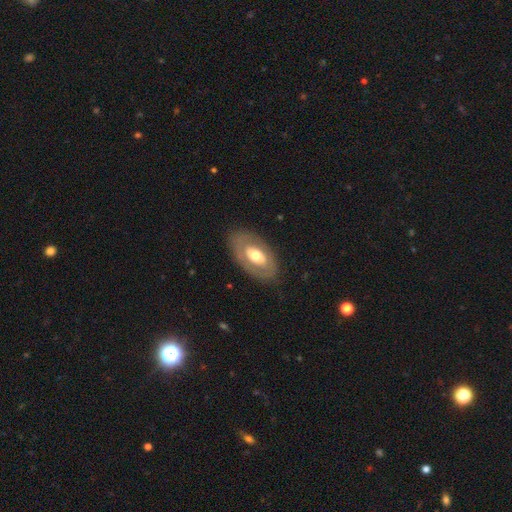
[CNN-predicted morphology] A featured or disk galaxy (49%). Merging: none (80%).